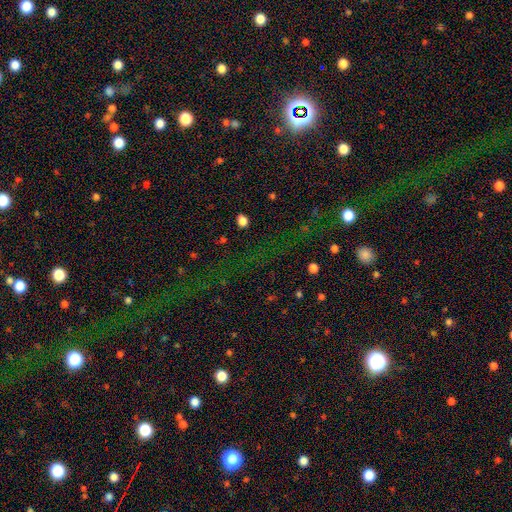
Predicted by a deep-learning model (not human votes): smooth-or-featured: star or artifact: 76% | smooth: 16% | featured or disk: 8%